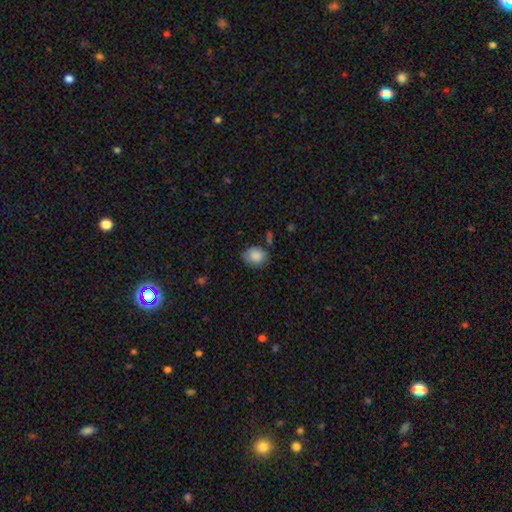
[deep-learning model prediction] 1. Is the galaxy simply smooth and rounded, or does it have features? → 85% smooth, 8% star or artifact, 7% featured or disk.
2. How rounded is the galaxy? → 54% round, 45% in between, 1% cigar-shaped.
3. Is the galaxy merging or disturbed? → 67% none, 24% minor disturbance, 5% major disturbance, 4% merger.